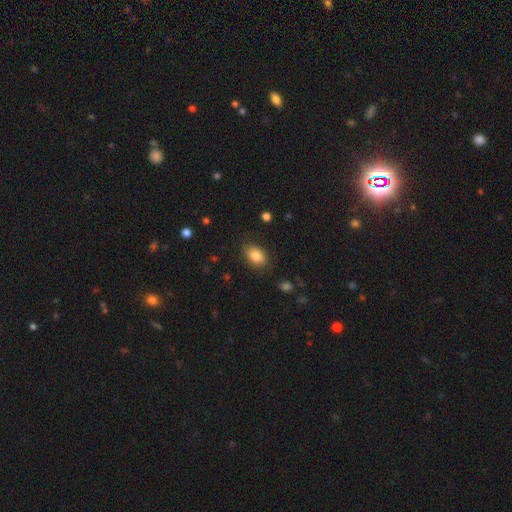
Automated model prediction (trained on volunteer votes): The model was most divided on "merging": none: 82%, minor disturbance: 13%, major disturbance: 3%, merger: 1%. More confident: smooth or featured — smooth (85%); how rounded — in between (84%).